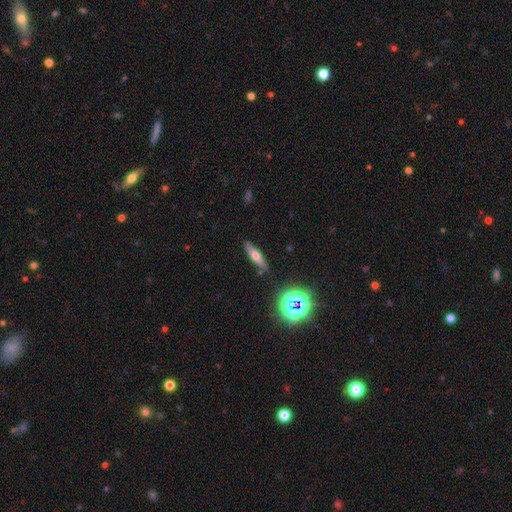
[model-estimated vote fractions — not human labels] The model was most divided on "smooth or featured": smooth: 44%, featured or disk: 42%, star or artifact: 14%. More confident: merging — none (85%).